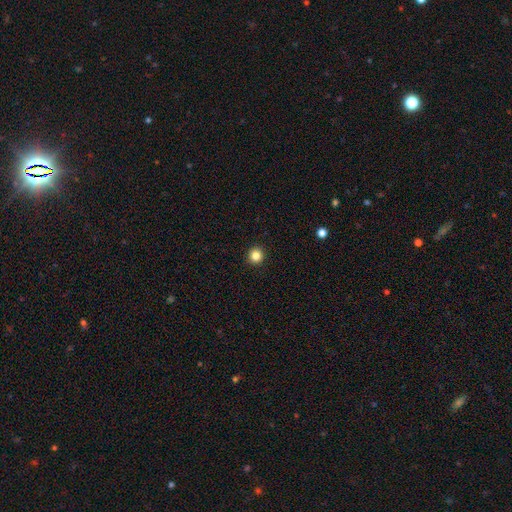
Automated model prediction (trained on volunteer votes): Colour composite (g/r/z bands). It shows a smooth galaxy with no disk features (84%) that is round (95%). Merging: none (94%).